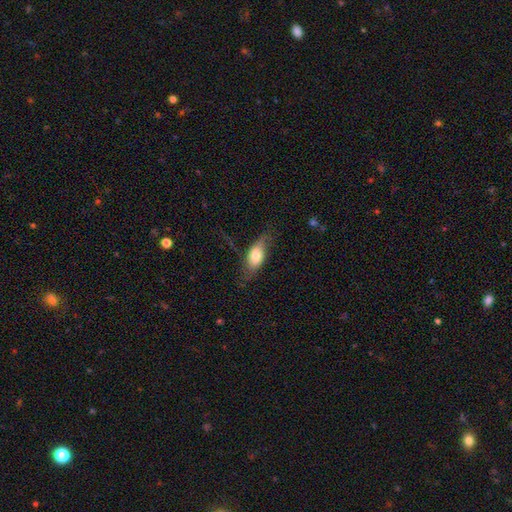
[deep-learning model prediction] smooth-or-featured: smooth: 62% | featured or disk: 30% | star or artifact: 8%
  how-rounded: in between: 83% | cigar-shaped: 10% | round: 7%
  merging: none: 51% | minor disturbance: 28% | major disturbance: 19% | merger: 2%